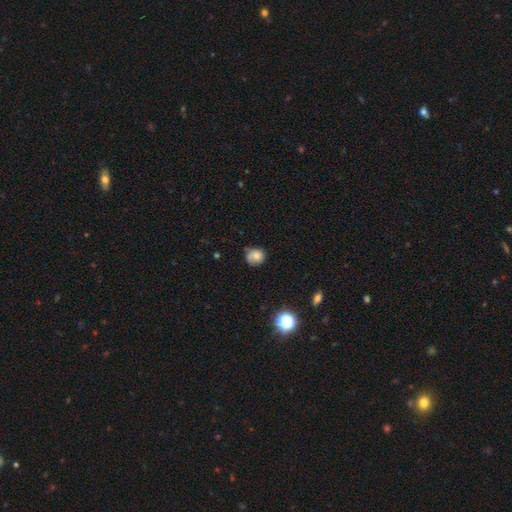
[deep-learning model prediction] Overall: smooth (74%). How rounded: round (75%). Merging: none (50%; minor disturbance 30%).